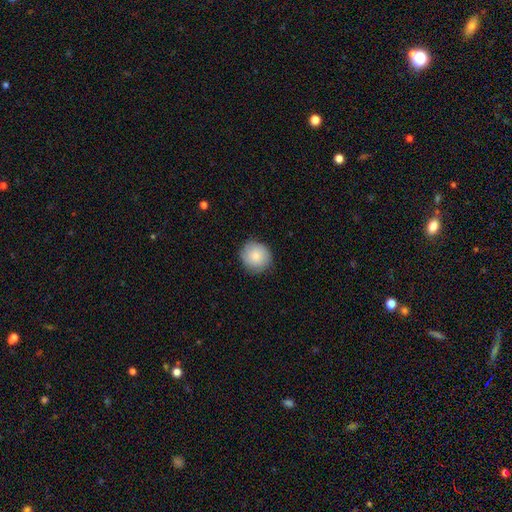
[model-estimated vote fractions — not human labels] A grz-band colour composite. It shows a smooth galaxy with no disk features (83%) that is round (91%). Merging: none (84%).